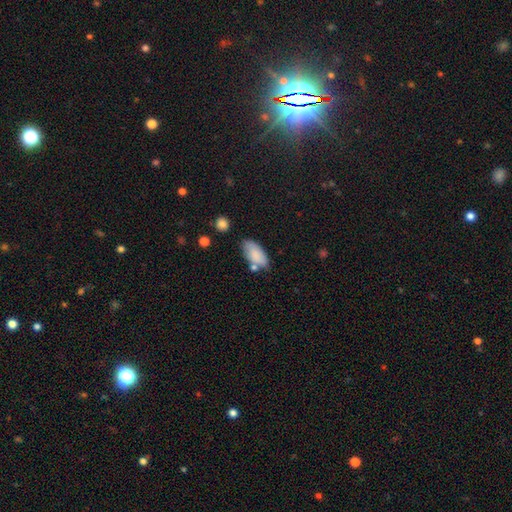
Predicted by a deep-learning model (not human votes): A smooth galaxy with no disk features (84%) that is in between round and cigar-shaped (92%). Merging: none (60%).